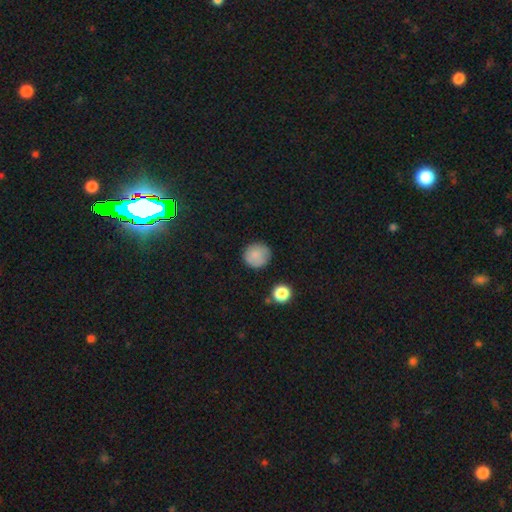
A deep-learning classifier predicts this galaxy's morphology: This appears to be a smooth galaxy with no disk features (83%) that is round (92%). Merging: none (83%).